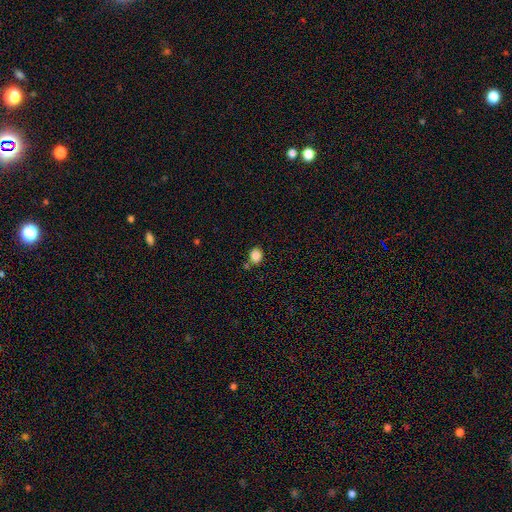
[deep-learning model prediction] This is clearly a smooth galaxy (86%). How rounded: possibly round (59%). Merging: likely none (73%).